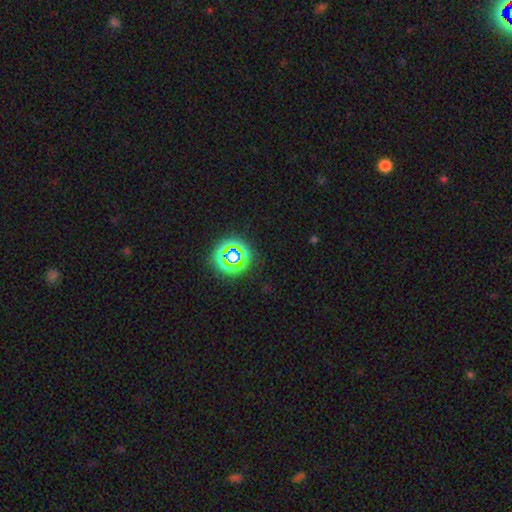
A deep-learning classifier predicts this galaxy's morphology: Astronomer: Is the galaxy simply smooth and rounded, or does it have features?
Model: smooth — 52% (runner-up: star or artifact, 41%).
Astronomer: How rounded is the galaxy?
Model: round — 90%.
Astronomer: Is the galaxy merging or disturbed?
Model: none — 90%.